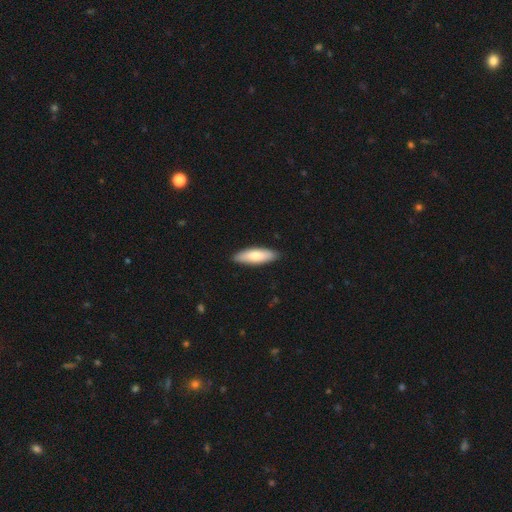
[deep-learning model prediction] Smooth or featured?
  - smooth: 76% *
  - featured or disk: 19%
  - star or artifact: 5%
How rounded?
  - in between: 50% *
  - cigar-shaped: 49%
  - round: 2%
Merging?
  - none: 89% *
  - minor disturbance: 8%
  - major disturbance: 2%
  - merger: 1%